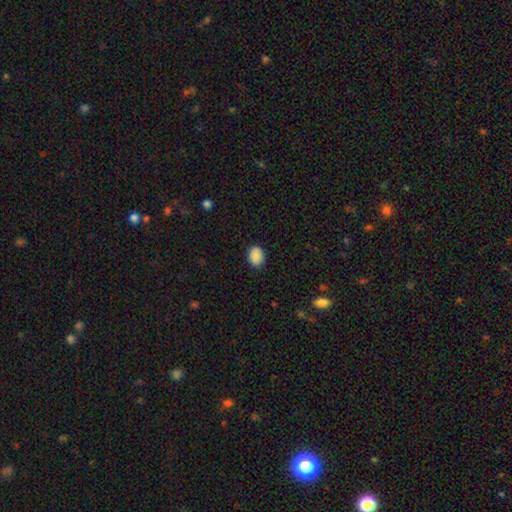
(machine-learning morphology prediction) smooth 89%, star or artifact 8%, featured or disk 3%. Down the decision tree: how rounded — in between (54%); merging — none (88%).